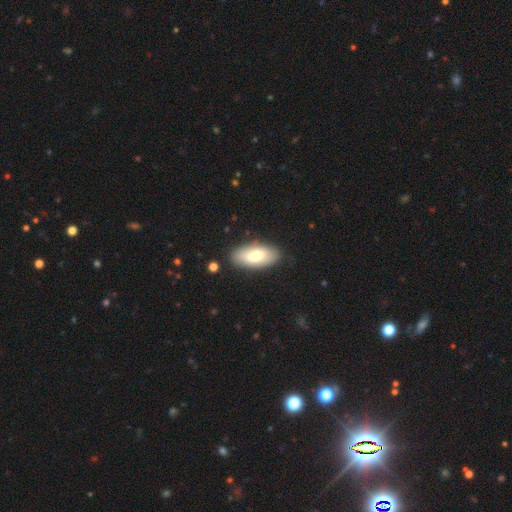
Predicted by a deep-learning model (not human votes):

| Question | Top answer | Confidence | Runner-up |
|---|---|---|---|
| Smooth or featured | smooth | 74% | featured or disk (20%) |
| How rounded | in between | 91% | cigar-shaped (7%) |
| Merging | none | 86% | minor disturbance (10%) |